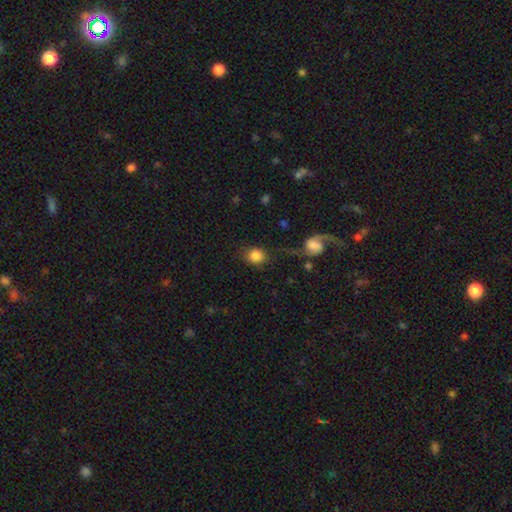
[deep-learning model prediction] A smooth galaxy with no disk features (82%) that is round (72%). Merging: none (66%).